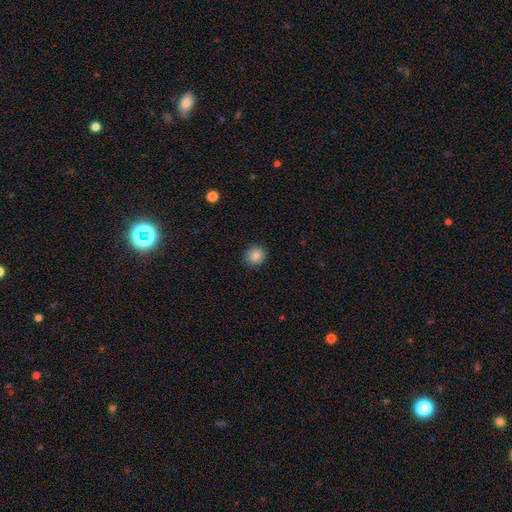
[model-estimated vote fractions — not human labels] Smooth or featured: smooth — 85% (star or artifact — 10%)
How rounded: round — 90% (in between — 9%)
Merging: none — 90% (minor disturbance — 7%)